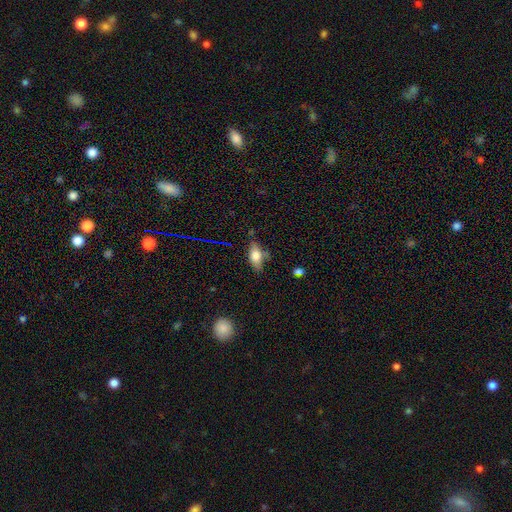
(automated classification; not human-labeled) Smooth or featured: smooth — 70% (featured or disk — 21%)
How rounded: in between — 84% (cigar-shaped — 11%)
Merging: none — 67% (minor disturbance — 22%)